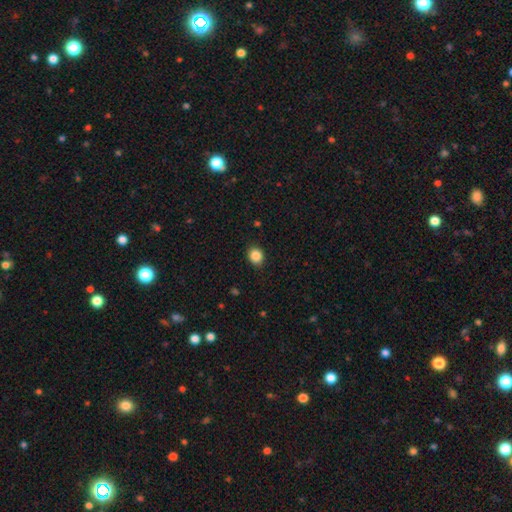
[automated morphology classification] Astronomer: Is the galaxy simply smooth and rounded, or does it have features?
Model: smooth — 87%.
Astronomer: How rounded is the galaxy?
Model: round — 62%.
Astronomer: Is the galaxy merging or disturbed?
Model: none — 88%.